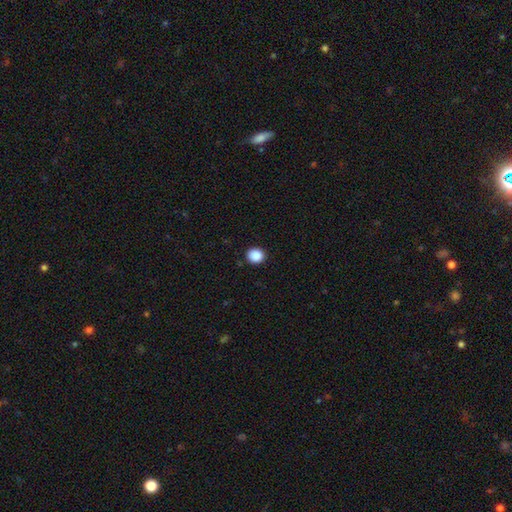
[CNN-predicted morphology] Smooth or featured: smooth — 88% (star or artifact — 9%)
How rounded: round — 84% (in between — 15%)
Merging: none — 92% (minor disturbance — 6%)